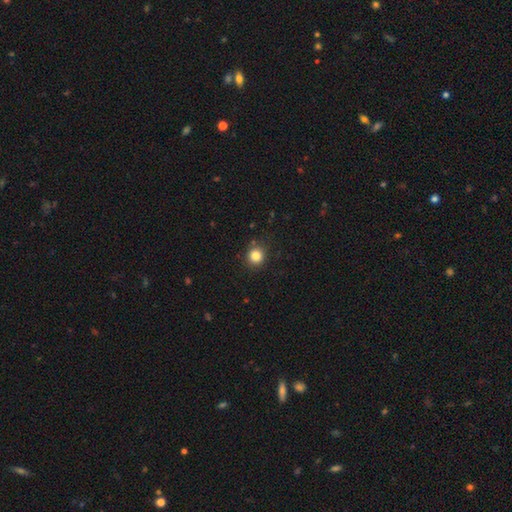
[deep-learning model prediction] This appears to be a smooth galaxy with no disk features (84%) that is round (89%). Merging: none (87%).